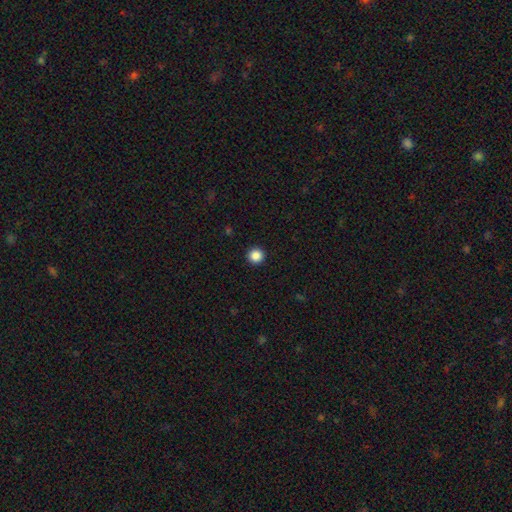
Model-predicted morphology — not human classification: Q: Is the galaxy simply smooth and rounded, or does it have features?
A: smooth — 87%.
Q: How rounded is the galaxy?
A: round — 96%.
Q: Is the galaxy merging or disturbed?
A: none — 94%.